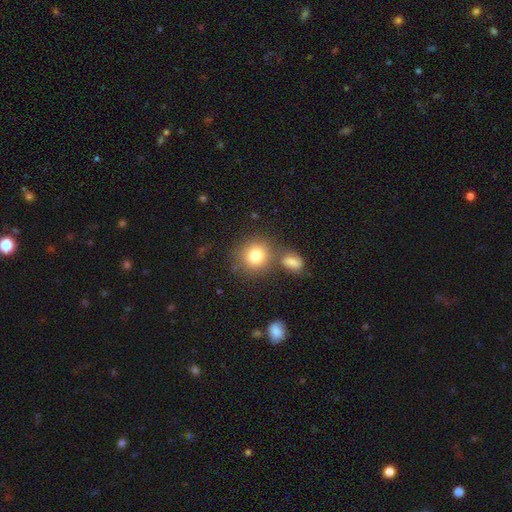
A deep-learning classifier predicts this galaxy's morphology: Smooth or featured? Predicted: smooth (p=0.80). How rounded? Predicted: round (p=0.85). Merging? Predicted: none (p=0.65).